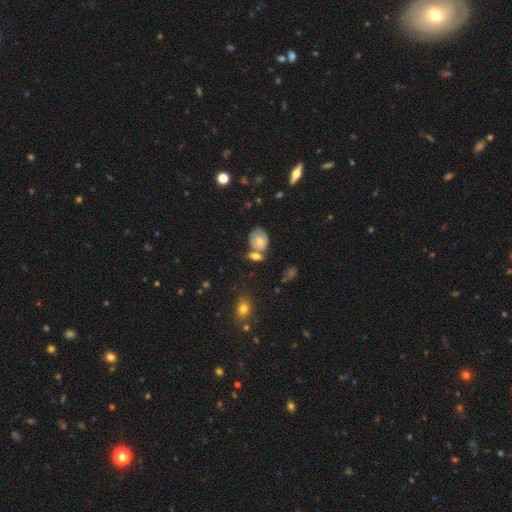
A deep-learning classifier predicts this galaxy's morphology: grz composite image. It shows a smooth galaxy with no disk features (63%) that is in between round and cigar-shaped (63%). Merging: none (47%).